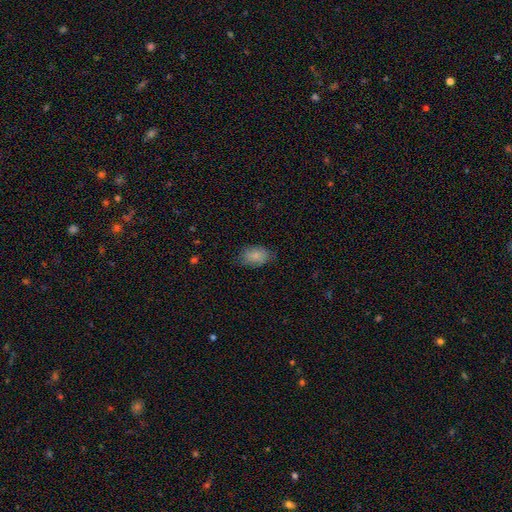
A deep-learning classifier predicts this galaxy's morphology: A smooth galaxy with no disk features (85%) that is in between round and cigar-shaped (90%). Merging: none (76%).